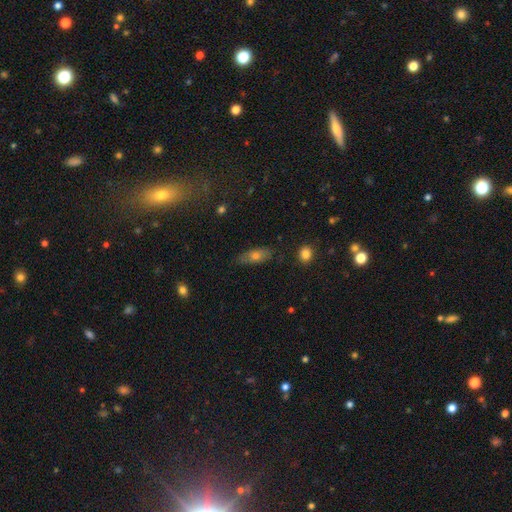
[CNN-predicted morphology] type=smooth (64%); roundness=in between (70%); merging=none (79%).